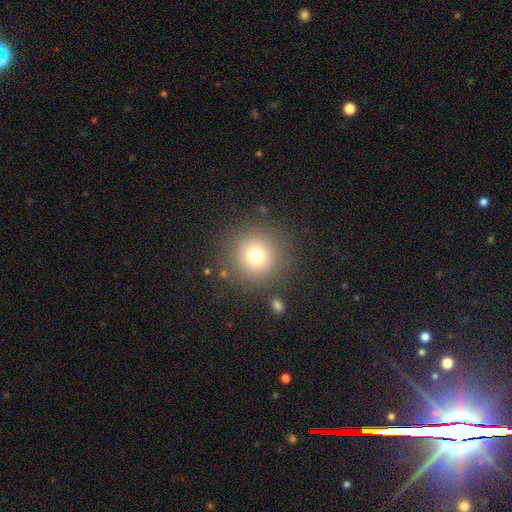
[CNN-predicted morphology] smooth_or_featured: smooth (p=0.74) [alt: star or artifact p=0.15]
how_rounded: round (p=0.94) [alt: in between p=0.05]
merging: none (p=0.85) [alt: minor disturbance p=0.08]